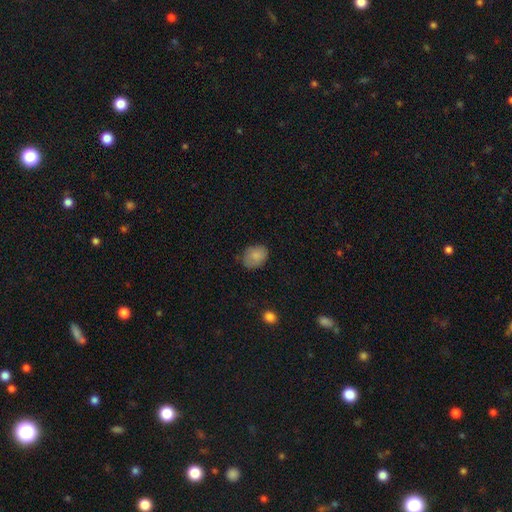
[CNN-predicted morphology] smooth-or-featured: smooth: 85% | star or artifact: 8% | featured or disk: 7%
  how-rounded: in between: 64% | round: 35% | cigar-shaped: 1%
  merging: none: 74% | minor disturbance: 20% | major disturbance: 4% | merger: 1%